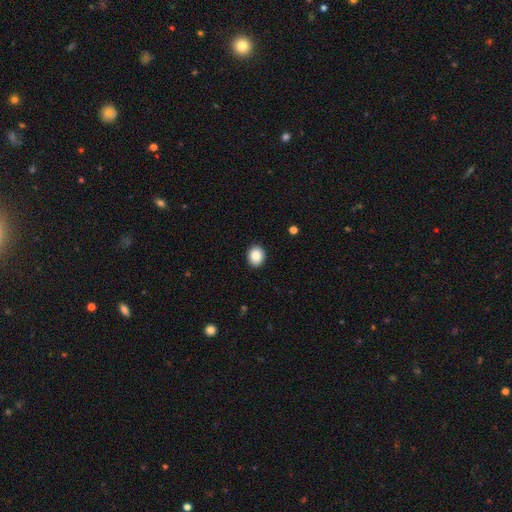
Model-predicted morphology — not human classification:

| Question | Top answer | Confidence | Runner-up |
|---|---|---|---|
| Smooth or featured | smooth | 85% | star or artifact (9%) |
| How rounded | round | 60% | in between (40%) |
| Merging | none | 91% | minor disturbance (6%) |